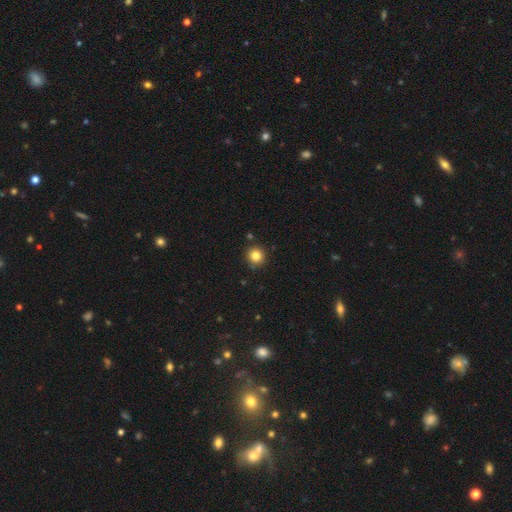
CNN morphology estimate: smooth 83%, star or artifact 12%, featured or disk 5%. Down the decision tree: how rounded — round (94%); merging — none (89%).